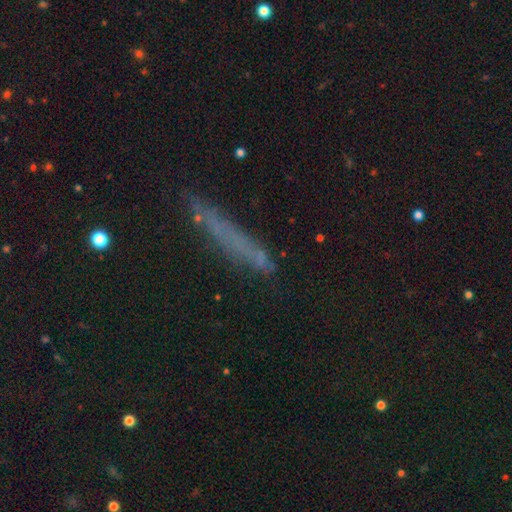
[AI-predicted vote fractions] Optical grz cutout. It shows a smooth galaxy with no disk features (48%). Merging: none (67%).